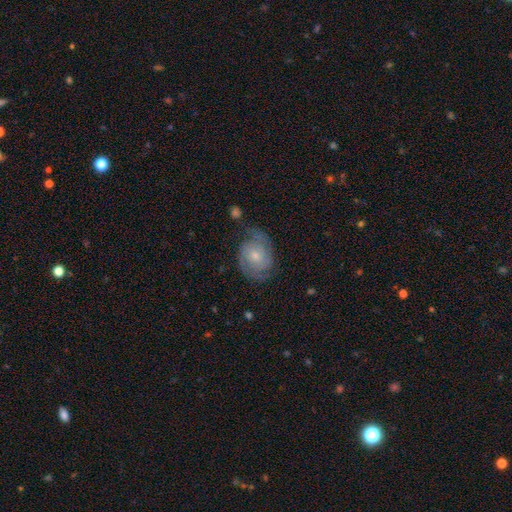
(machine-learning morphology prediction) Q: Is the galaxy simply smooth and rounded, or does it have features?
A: featured or disk — 73%.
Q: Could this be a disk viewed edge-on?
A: no — 97%.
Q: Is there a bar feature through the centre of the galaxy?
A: no — 72%.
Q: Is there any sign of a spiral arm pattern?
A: yes — 92%.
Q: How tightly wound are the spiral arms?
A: tight — 53%.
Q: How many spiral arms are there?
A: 2 — 64%.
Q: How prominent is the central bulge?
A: small — 58%.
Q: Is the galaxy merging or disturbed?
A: none — 66%.